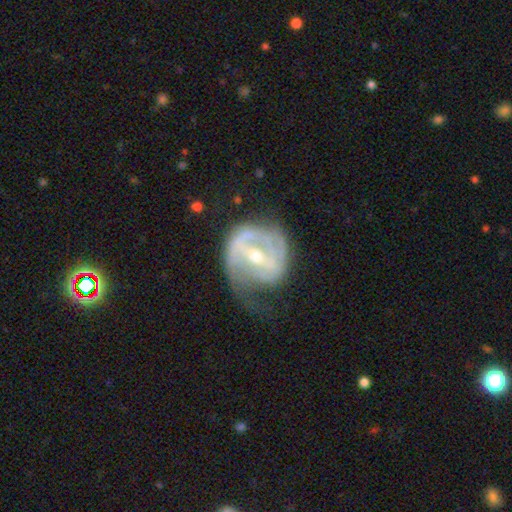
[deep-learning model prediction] This is clearly a featured or disk galaxy (82%). It is clearly not viewed edge-on (96%). Bar: possibly strong (49%). Spiral arm pattern: clearly yes (83%). Spiral arm count: marginally 2 (44%). Spiral winding: marginally tight (42%). Central bulge: possibly small (51%). Merging: marginally none (39%).